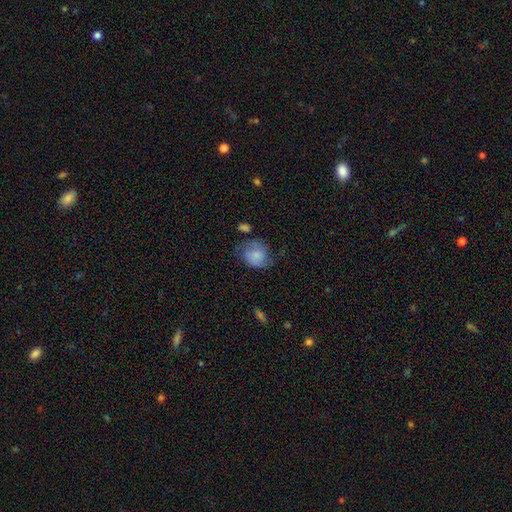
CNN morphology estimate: Overall: smooth (55%; featured or disk 37%). How rounded: round (62%; in between 37%). Merging: none (51%; minor disturbance 29%).